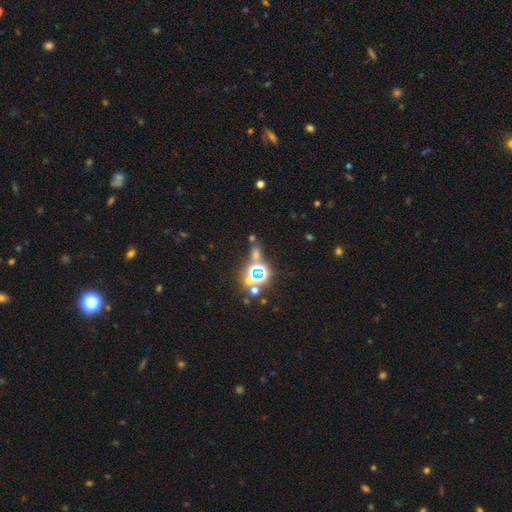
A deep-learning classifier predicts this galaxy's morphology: Smooth or featured?
  - star or artifact: 71% *
  - smooth: 19%
  - featured or disk: 10%